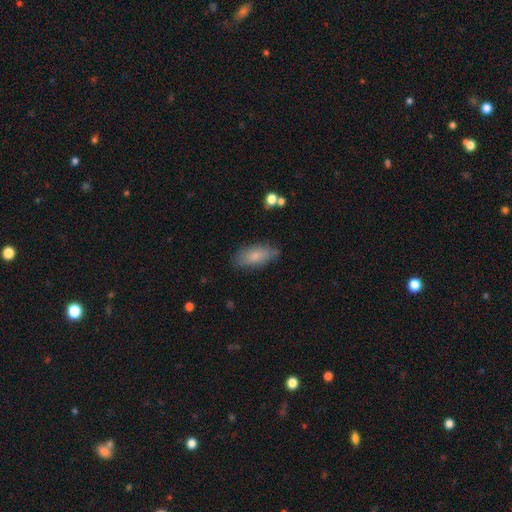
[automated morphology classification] The model was most divided on "merging": none: 77%, minor disturbance: 18%, major disturbance: 4%, merger: 2%. More confident: how rounded — in between (86%); smooth or featured — smooth (80%).